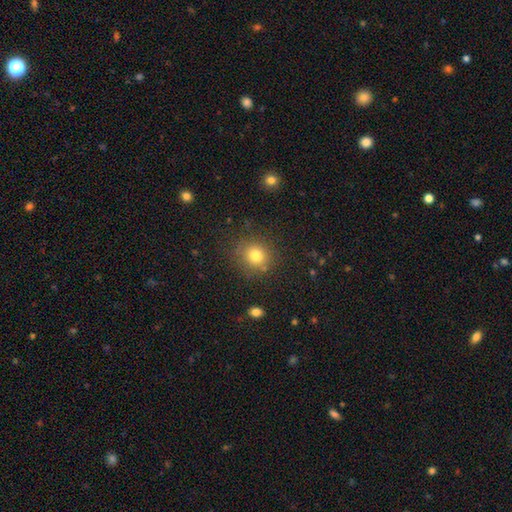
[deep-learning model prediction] A smooth galaxy with no disk features (79%) that is round (85%).

Vote fractions:
- Smooth or featured? smooth: 79% / star or artifact: 13% / featured or disk: 8%
- How rounded? round: 85% / in between: 14% / cigar-shaped: 1%
- Merging? none: 83% / minor disturbance: 10% / major disturbance: 4% / merger: 3%